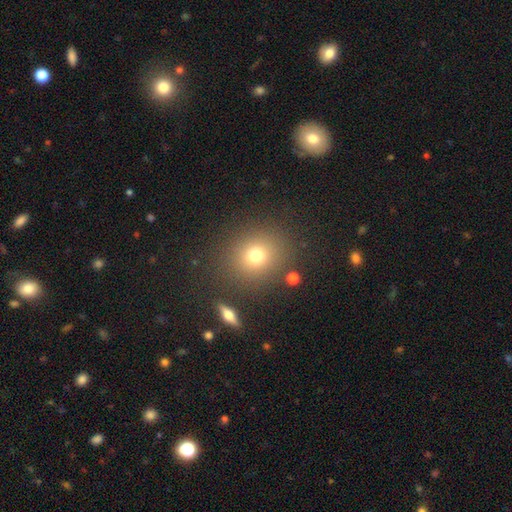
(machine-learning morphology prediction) A smooth galaxy with no disk features (74%) that is round (76%). Merging: none (83%).